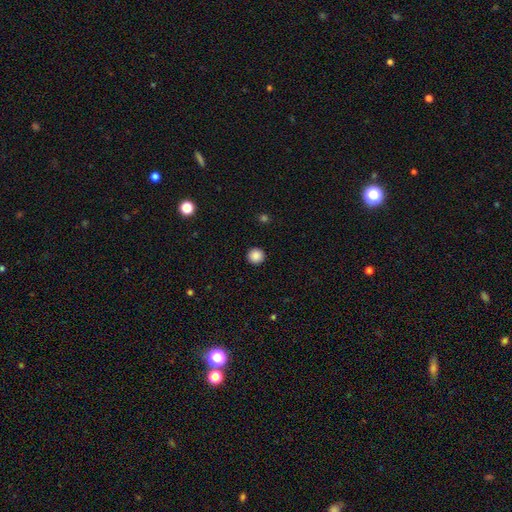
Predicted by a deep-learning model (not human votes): smooth-or-featured: smooth: 88% | star or artifact: 10% | featured or disk: 3%
  how-rounded: round: 96% | in between: 3% | cigar-shaped: 1%
  merging: none: 93% | minor disturbance: 4% | major disturbance: 2% | merger: 1%